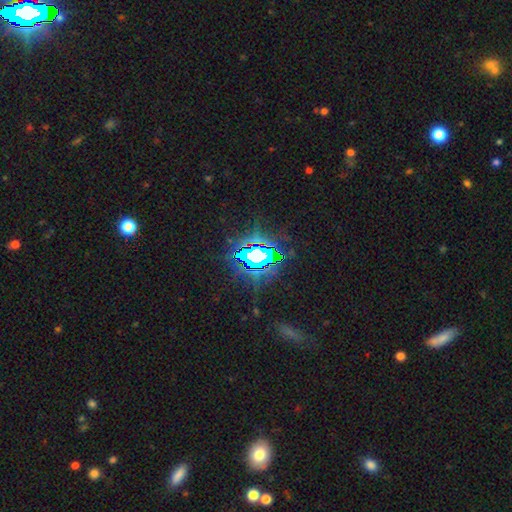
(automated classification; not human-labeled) Smooth or featured? Predicted: star or artifact (p=0.78).